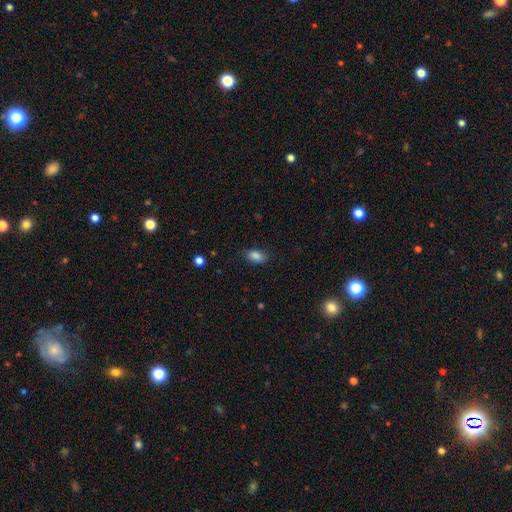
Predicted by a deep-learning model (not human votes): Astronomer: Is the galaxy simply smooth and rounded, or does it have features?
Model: smooth — 86%.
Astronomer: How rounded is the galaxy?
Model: in between — 88%.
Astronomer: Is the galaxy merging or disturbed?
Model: none — 80%.